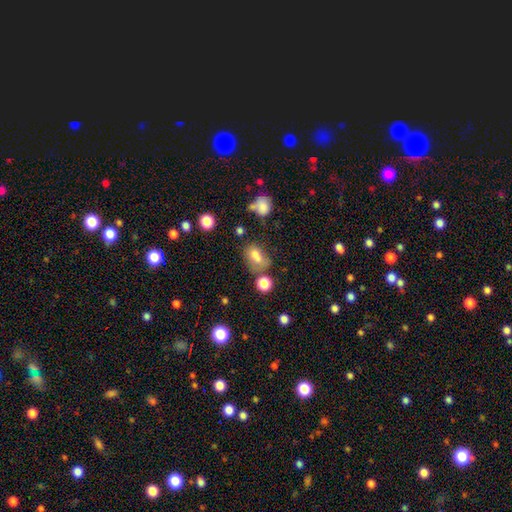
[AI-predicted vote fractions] A smooth galaxy with no disk features (71%) that is in between round and cigar-shaped (75%).

Vote fractions:
- Smooth or featured? smooth: 71% / star or artifact: 15% / featured or disk: 15%
- How rounded? in between: 75% / round: 22% / cigar-shaped: 2%
- Merging? none: 40% / merger: 27% / minor disturbance: 20% / major disturbance: 13%